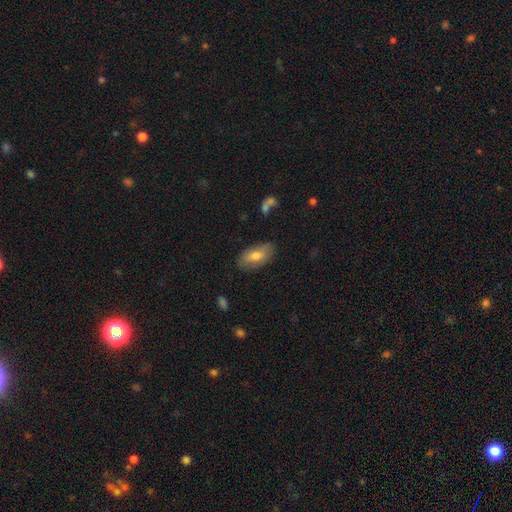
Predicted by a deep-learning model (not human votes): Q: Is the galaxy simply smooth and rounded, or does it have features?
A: smooth — 73%.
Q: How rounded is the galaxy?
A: in between — 91%.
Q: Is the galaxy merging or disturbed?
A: none — 81%.